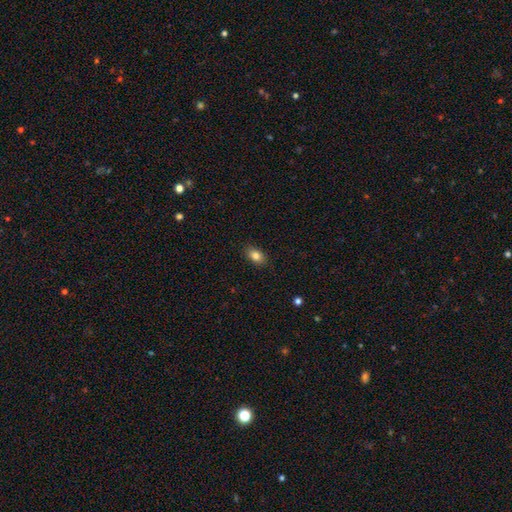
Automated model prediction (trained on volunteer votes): Q: Smooth or featured?
A: smooth (83%); runner-up: star or artifact (9%)
Q: How rounded?
A: in between (84%); runner-up: round (14%)
Q: Merging?
A: none (87%); runner-up: minor disturbance (10%)